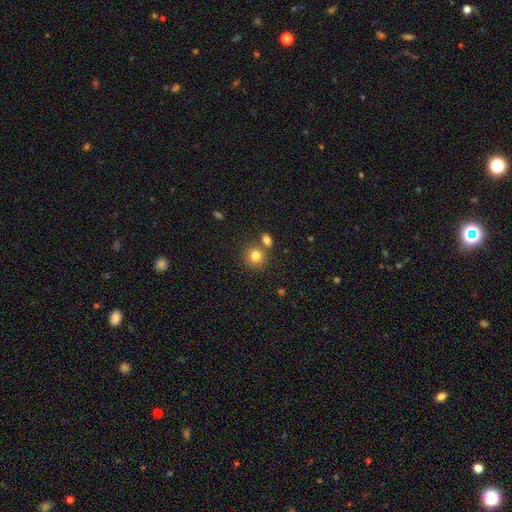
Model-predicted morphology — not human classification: A smooth galaxy with no disk features (82%) that is round (85%). Merging: none (67%).